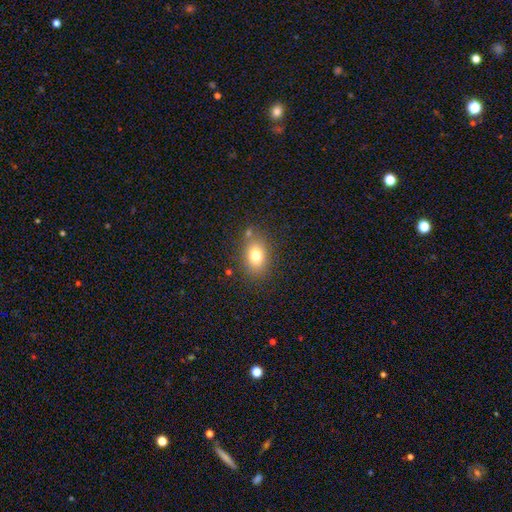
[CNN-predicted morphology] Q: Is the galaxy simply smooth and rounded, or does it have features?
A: smooth — 77%.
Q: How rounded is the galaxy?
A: in between — 72%.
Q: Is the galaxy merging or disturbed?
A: none — 79%.